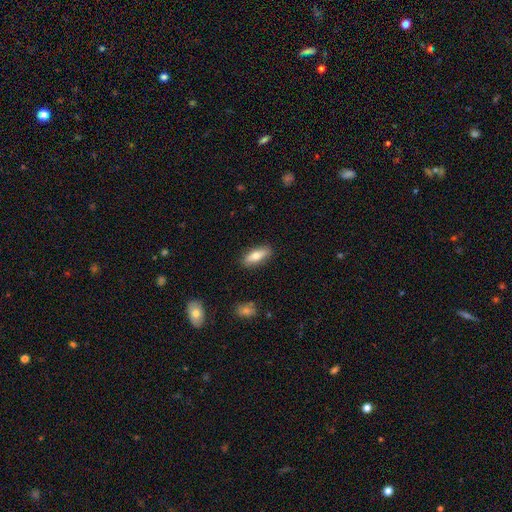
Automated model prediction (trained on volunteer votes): A smooth galaxy with no disk features (69%) that is in between round and cigar-shaped (64%). Merging: none (87%).